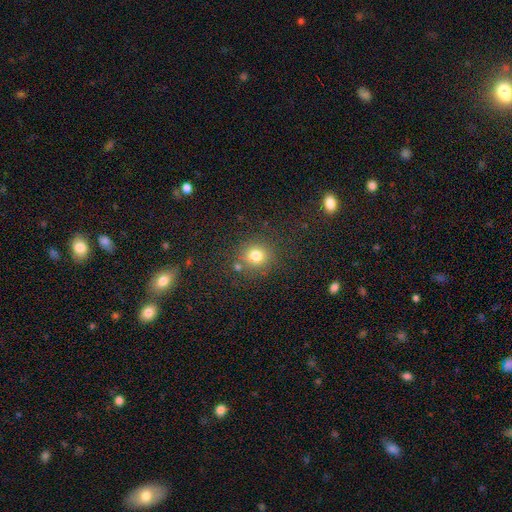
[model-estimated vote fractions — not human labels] Morphology: type=smooth (77%); roundness=round (87%); merging=none (78%).